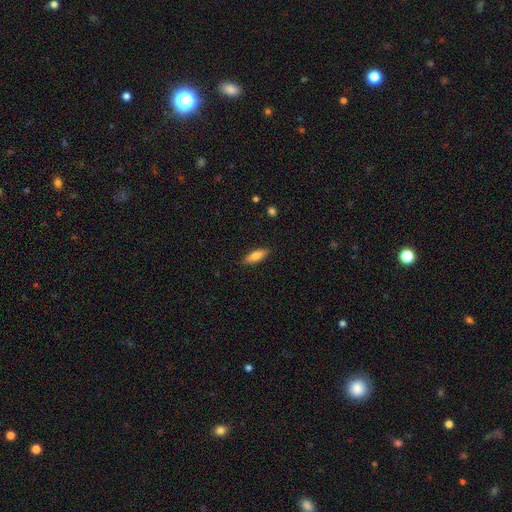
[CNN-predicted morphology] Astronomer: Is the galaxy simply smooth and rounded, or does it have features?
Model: smooth — 76%.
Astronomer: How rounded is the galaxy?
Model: in between — 55% (runner-up: cigar-shaped, 43%).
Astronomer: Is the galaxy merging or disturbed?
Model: none — 88%.